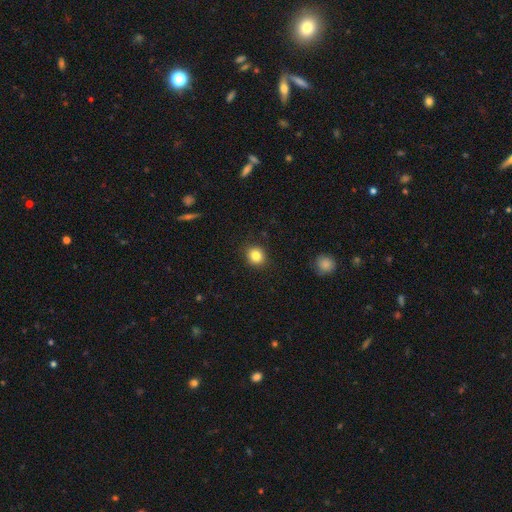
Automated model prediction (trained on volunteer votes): smooth_or_featured: smooth (p=0.84) [alt: star or artifact p=0.10]
how_rounded: round (p=0.82) [alt: in between p=0.17]
merging: none (p=0.90) [alt: minor disturbance p=0.07]